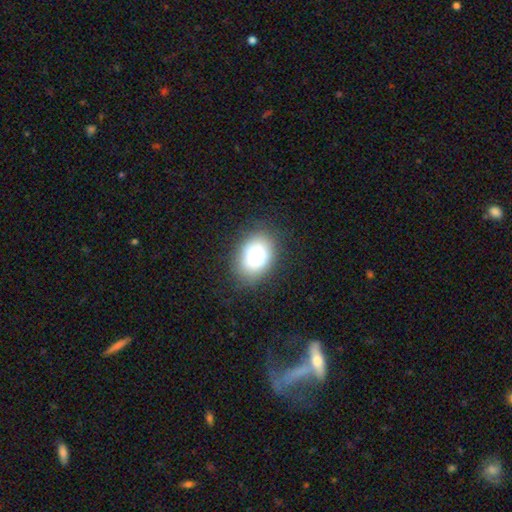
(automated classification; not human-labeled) Smooth or featured? smooth (82%)
How rounded? in between (75%)
Merging? none (81%)